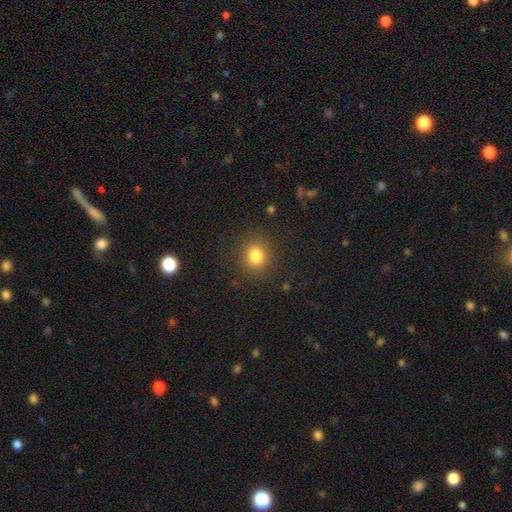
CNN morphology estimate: The model was most divided on "how rounded": round: 80%, in between: 20%, cigar-shaped: 1%. More confident: merging — none (88%); smooth or featured — smooth (81%).